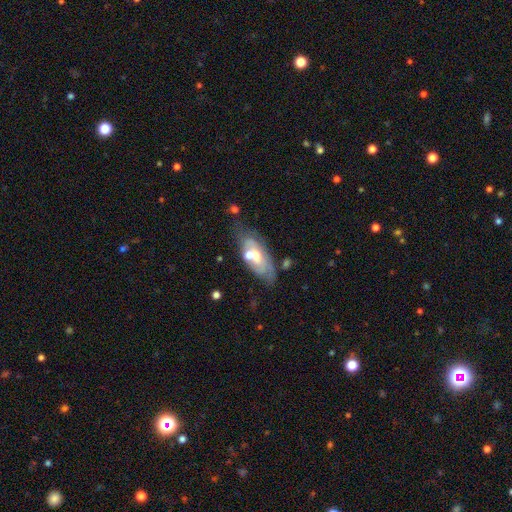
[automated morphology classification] A featured or disk galaxy (56%).

Vote fractions:
- Smooth or featured? featured or disk: 56% / smooth: 36% / star or artifact: 7%
- Edge-on disk? no: 85% / yes: 15%
- Merging? none: 52% / minor disturbance: 23% / merger: 15% / major disturbance: 10%